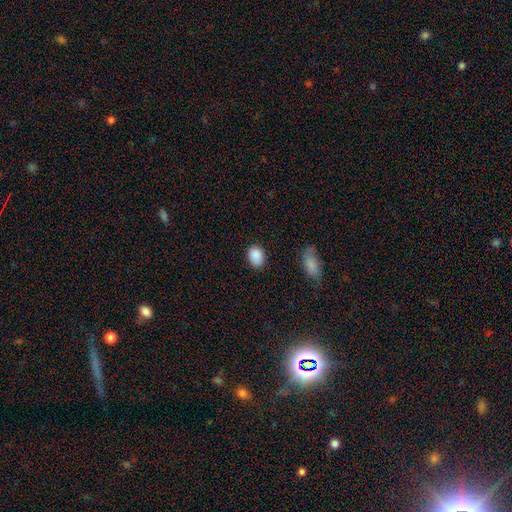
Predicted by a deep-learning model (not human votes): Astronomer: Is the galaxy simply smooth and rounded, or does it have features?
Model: smooth — 89%.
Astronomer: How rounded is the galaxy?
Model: in between — 65%.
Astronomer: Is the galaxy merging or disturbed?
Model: none — 84%.